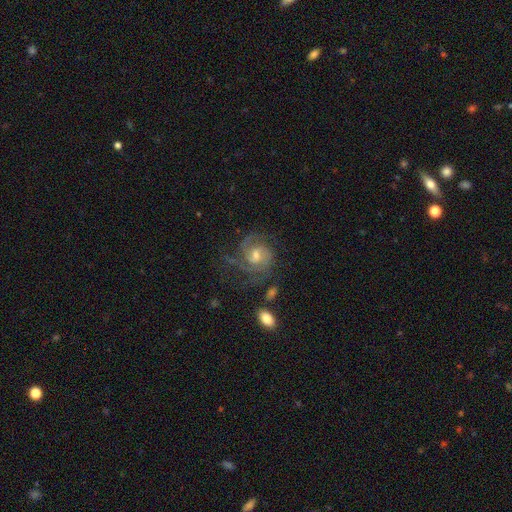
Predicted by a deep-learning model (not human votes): Q: Smooth or featured?
A: featured or disk (88%); runner-up: smooth (7%)
Q: Edge-on disk?
A: no (98%); runner-up: yes (2%)
Q: Bar?
A: weak (49%); runner-up: no (42%)
Q: Spiral arms?
A: yes (97%); runner-up: no (3%)
Q: Spiral winding?
A: tight (49%); runner-up: medium (42%)
Q: Spiral arm count?
A: 2 (40%); runner-up: 3 (30%)
Q: Bulge size?
A: moderate (55%); runner-up: small (37%)
Q: Merging?
A: none (65%); runner-up: minor disturbance (19%)